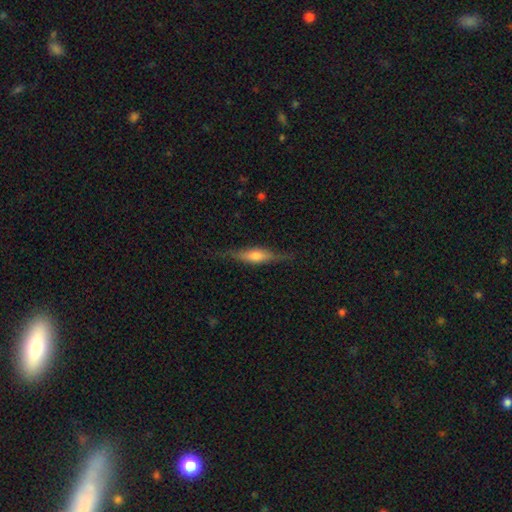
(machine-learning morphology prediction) Overall: featured or disk (59%; smooth 34%). Edge-on disk: yes (95%). Edge-on bulge: rounded (80%). Merging: none (82%).